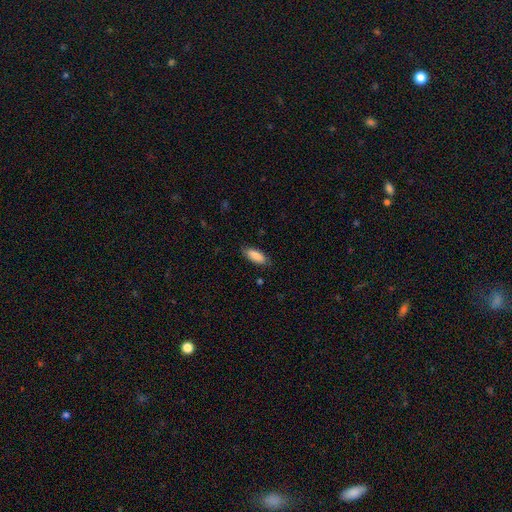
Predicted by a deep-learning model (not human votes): Overall: smooth (88%). How rounded: in between (81%). Merging: none (81%).